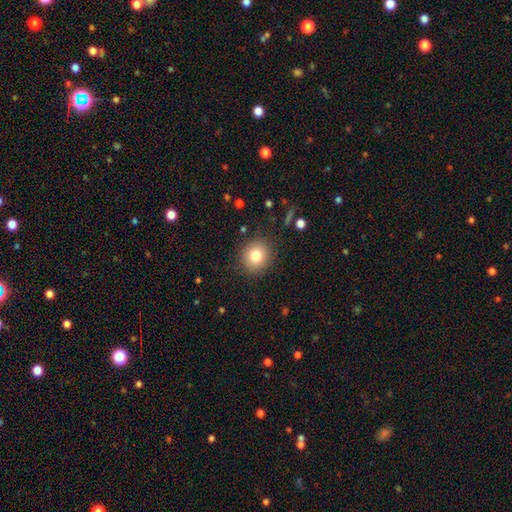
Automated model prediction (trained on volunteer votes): smooth_or_featured: smooth (p=0.80) [alt: star or artifact p=0.11]
how_rounded: round (p=0.85) [alt: in between p=0.14]
merging: none (p=0.88) [alt: minor disturbance p=0.08]